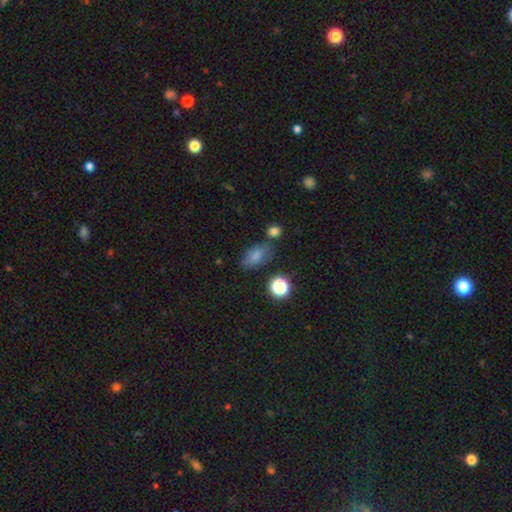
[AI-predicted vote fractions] Smooth or featured?
  - smooth: 76% *
  - star or artifact: 14%
  - featured or disk: 10%
How rounded?
  - in between: 86% *
  - round: 11%
  - cigar-shaped: 3%
Merging?
  - none: 66% *
  - minor disturbance: 19%
  - merger: 8%
  - major disturbance: 6%